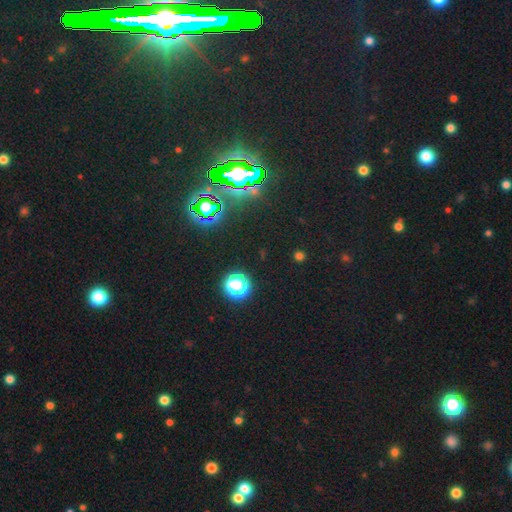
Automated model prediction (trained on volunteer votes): Smooth or featured: star or artifact — 80% (smooth — 13%)